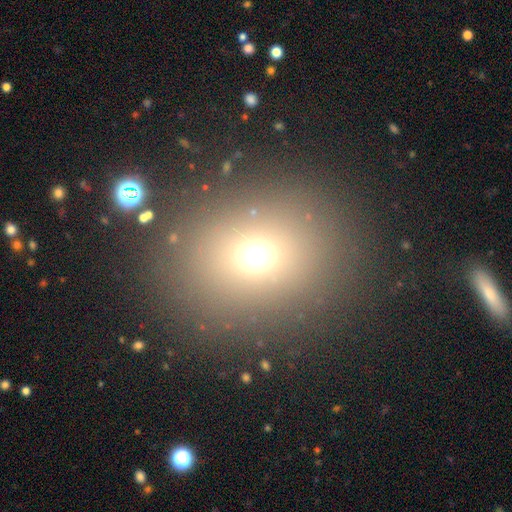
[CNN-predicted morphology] Smooth or featured? Predicted: smooth (p=0.67). How rounded? Predicted: round (p=0.65). Merging? Predicted: none (p=0.85).